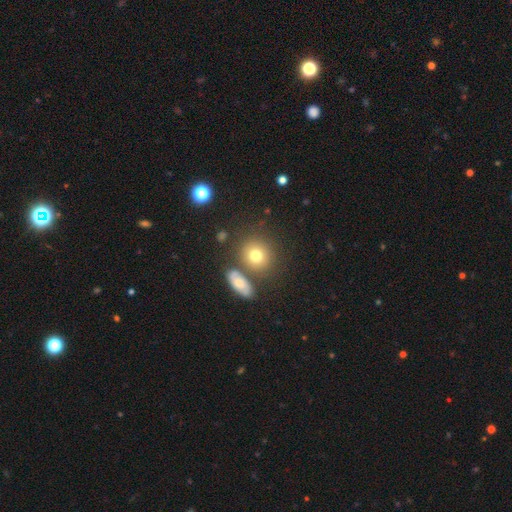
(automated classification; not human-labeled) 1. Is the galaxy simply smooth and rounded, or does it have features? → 75% smooth, 14% featured or disk, 11% star or artifact.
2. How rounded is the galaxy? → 79% round, 19% in between, 1% cigar-shaped.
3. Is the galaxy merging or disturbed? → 70% none, 15% merger, 11% minor disturbance, 4% major disturbance.